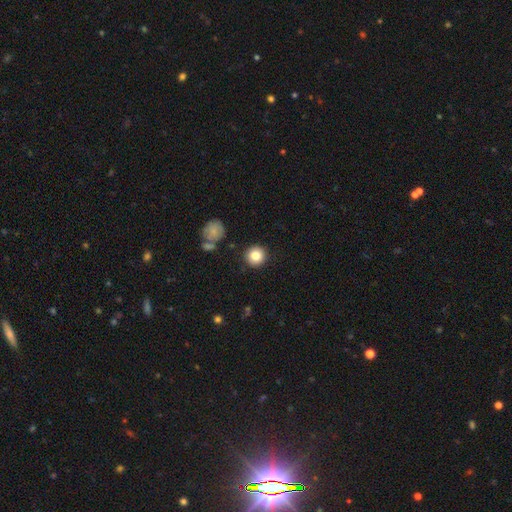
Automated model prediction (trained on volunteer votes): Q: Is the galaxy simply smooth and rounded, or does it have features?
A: smooth — 83%.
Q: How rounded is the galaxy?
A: round — 94%.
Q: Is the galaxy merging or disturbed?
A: none — 89%.